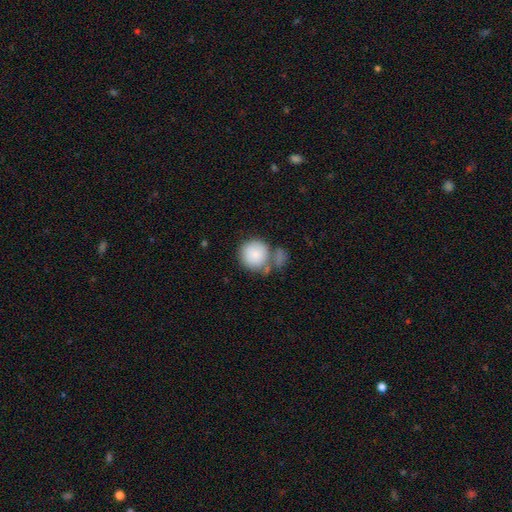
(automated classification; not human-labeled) Smooth or featured?
  - smooth: 83% *
  - featured or disk: 10%
  - star or artifact: 7%
How rounded?
  - round: 90% *
  - in between: 9%
  - cigar-shaped: 1%
Merging?
  - none: 49% *
  - merger: 27%
  - minor disturbance: 16%
  - major disturbance: 8%